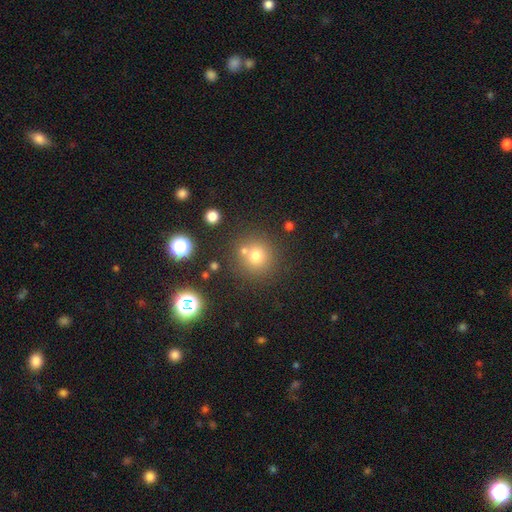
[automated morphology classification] Smooth or featured: smooth — 73% (star or artifact — 17%)
How rounded: round — 92% (in between — 7%)
Merging: none — 71% (merger — 17%)